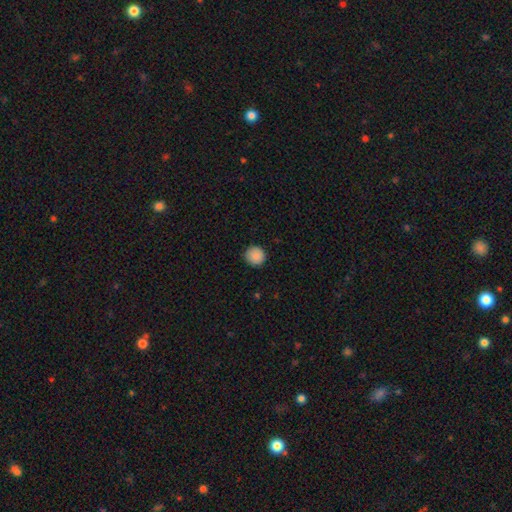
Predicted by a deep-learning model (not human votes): Morphology: type=smooth (89%); roundness=round (95%); merging=none (92%).